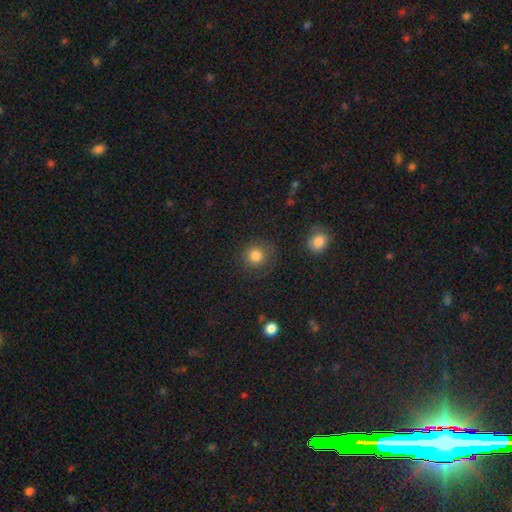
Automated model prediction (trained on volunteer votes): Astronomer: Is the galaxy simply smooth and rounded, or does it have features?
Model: smooth — 82%.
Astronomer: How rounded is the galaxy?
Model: round — 91%.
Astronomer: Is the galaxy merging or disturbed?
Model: none — 80%.